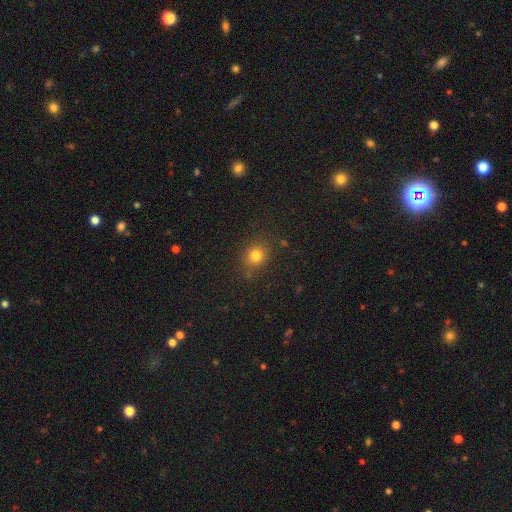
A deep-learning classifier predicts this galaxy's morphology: smooth 80%, star or artifact 14%, featured or disk 6%. Down the decision tree: how rounded — round (69%); merging — none (82%).